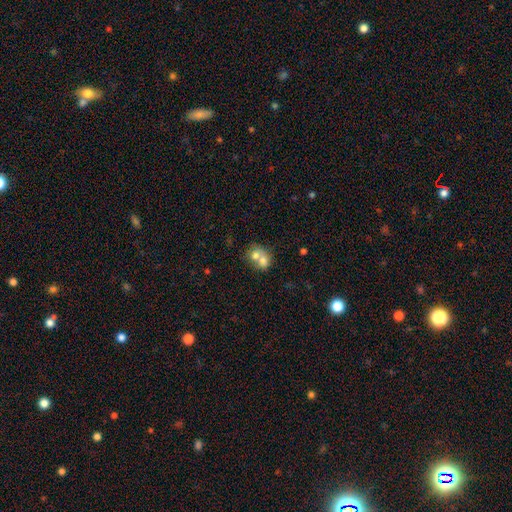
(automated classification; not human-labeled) smooth_or_featured: smooth (p=0.68) [alt: featured or disk p=0.23]
how_rounded: round (p=0.63) [alt: in between p=0.36]
merging: merger (p=0.71) [alt: none p=0.21]